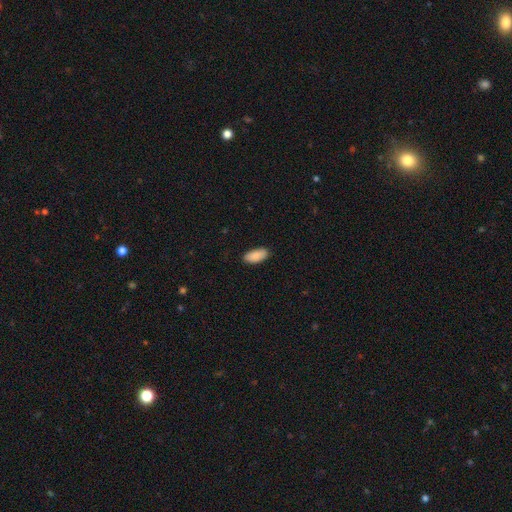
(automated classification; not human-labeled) This appears to be a smooth galaxy with no disk features (89%) that is in between round and cigar-shaped (91%). Merging: none (87%).